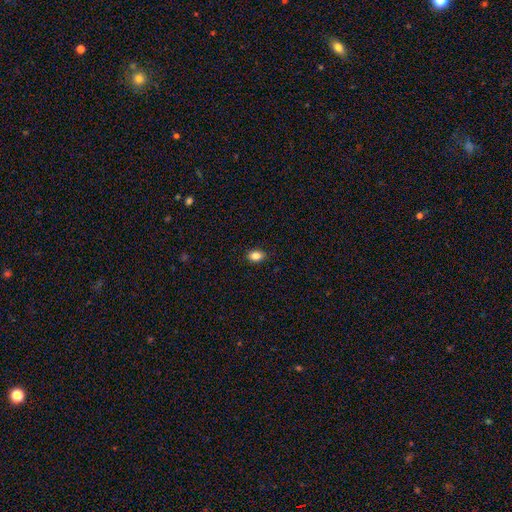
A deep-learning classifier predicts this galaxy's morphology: This is clearly a smooth galaxy (85%). How rounded: likely in between (74%). Merging: clearly none (89%).